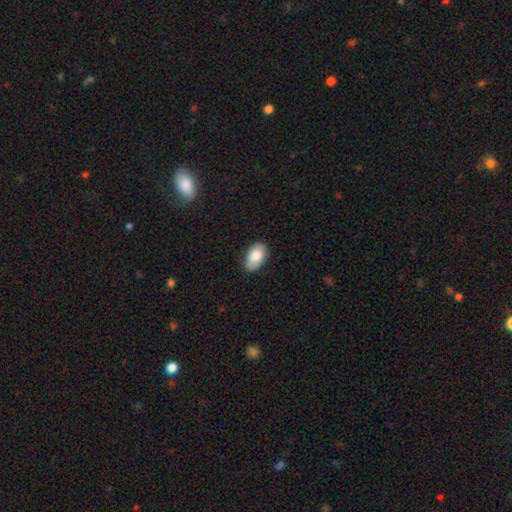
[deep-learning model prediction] A smooth galaxy with no disk features (84%) that is in between round and cigar-shaped (94%).

Vote fractions:
- Smooth or featured? smooth: 84% / featured or disk: 10% / star or artifact: 6%
- How rounded? in between: 94% / round: 5% / cigar-shaped: 1%
- Merging? none: 83% / minor disturbance: 14% / major disturbance: 2% / merger: 1%